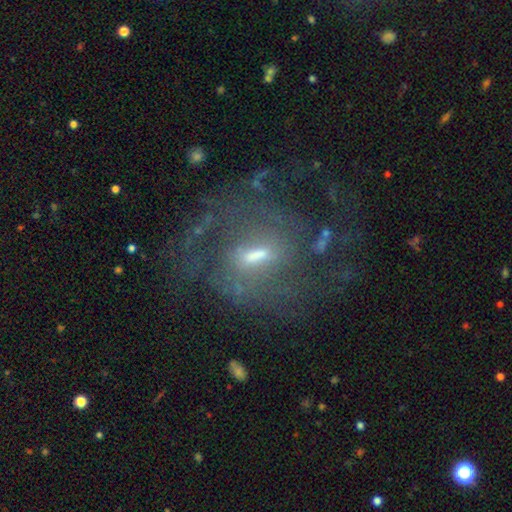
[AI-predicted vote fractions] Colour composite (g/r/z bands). It shows a featured or disk galaxy (73%) with a weak bar (47%), spiral arms (74%) and a moderate central bulge (47%). Merging: none (54%).